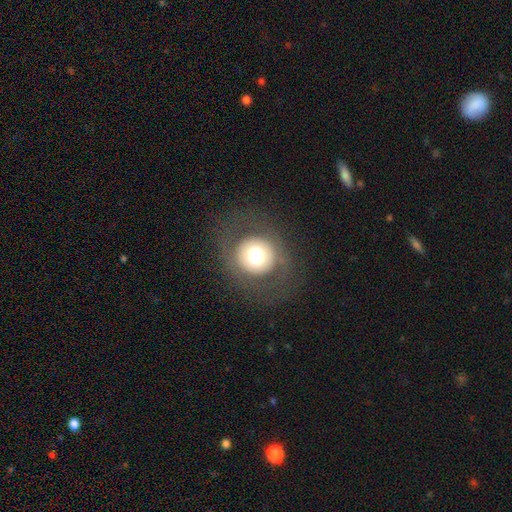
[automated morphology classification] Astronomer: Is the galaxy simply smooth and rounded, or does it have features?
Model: smooth — 60%.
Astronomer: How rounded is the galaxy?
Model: round — 91%.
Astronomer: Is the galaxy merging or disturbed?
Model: none — 81%.